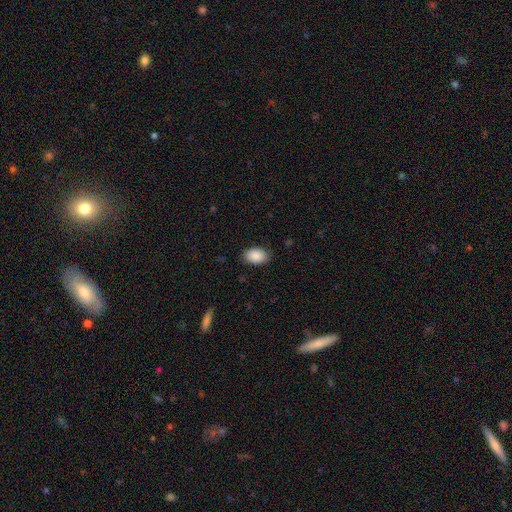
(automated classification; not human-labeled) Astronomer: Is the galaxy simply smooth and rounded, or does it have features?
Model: smooth — 88%.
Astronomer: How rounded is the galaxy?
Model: in between — 88%.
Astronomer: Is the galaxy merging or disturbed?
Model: none — 83%.